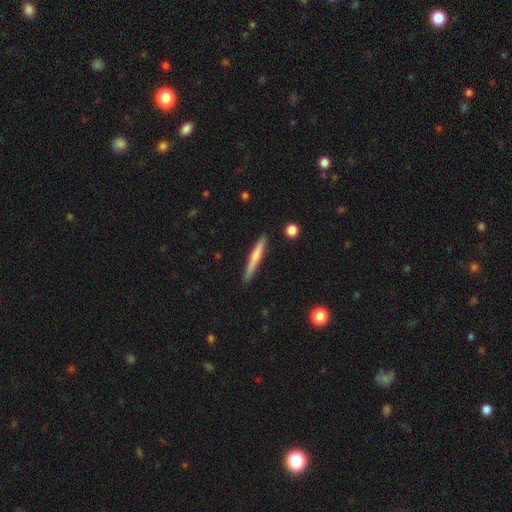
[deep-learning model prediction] Smooth or featured? Predicted: smooth (p=0.52). How rounded? Predicted: cigar-shaped (p=0.95). Merging? Predicted: none (p=0.88).